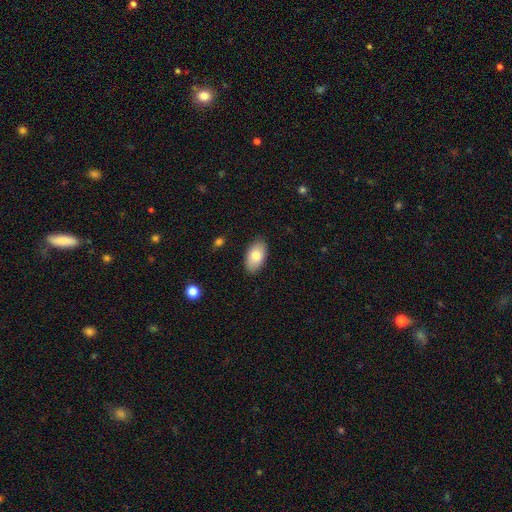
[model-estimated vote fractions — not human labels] The model was most divided on "smooth or featured": smooth: 79%, featured or disk: 14%, star or artifact: 7%. More confident: how rounded — in between (95%); merging — none (87%).